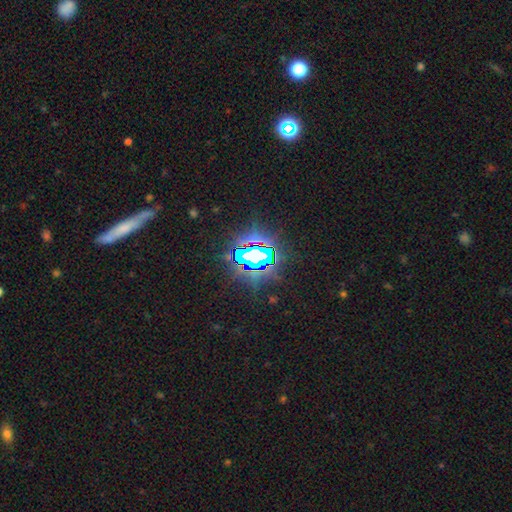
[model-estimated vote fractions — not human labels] The model was most divided on "smooth or featured": star or artifact: 78%, smooth: 12%, featured or disk: 10%.